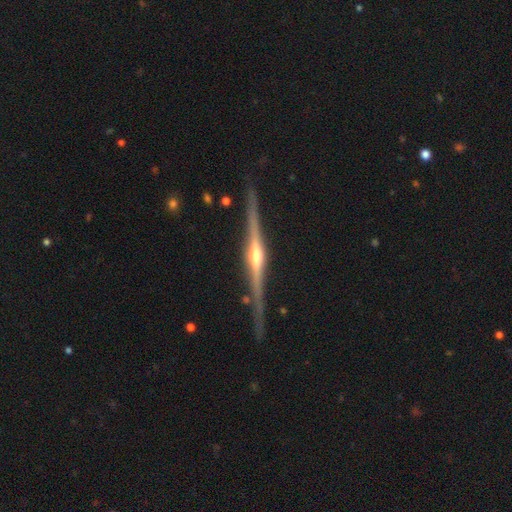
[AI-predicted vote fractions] Smooth or featured? Predicted: featured or disk (p=0.87). Edge-on disk? Predicted: yes (p=0.98). Edge-on bulge? Predicted: rounded (p=0.84). Merging? Predicted: none (p=0.85).